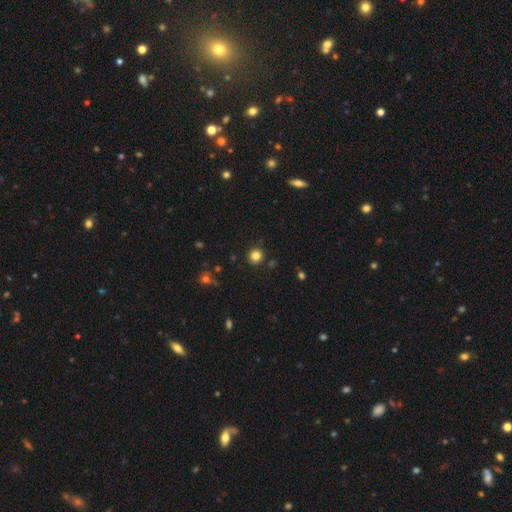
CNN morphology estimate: smooth-or-featured: smooth: 83% | star or artifact: 13% | featured or disk: 5%
  how-rounded: round: 95% | in between: 4% | cigar-shaped: 1%
  merging: none: 91% | minor disturbance: 5% | merger: 2% | major disturbance: 2%